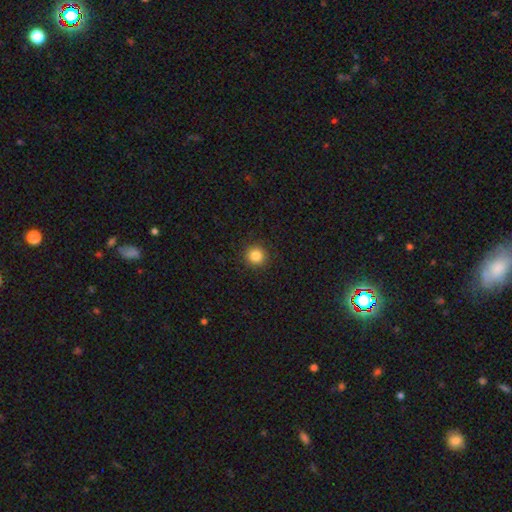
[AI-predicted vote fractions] A smooth galaxy with no disk features (84%) that is round (94%). Merging: none (91%).